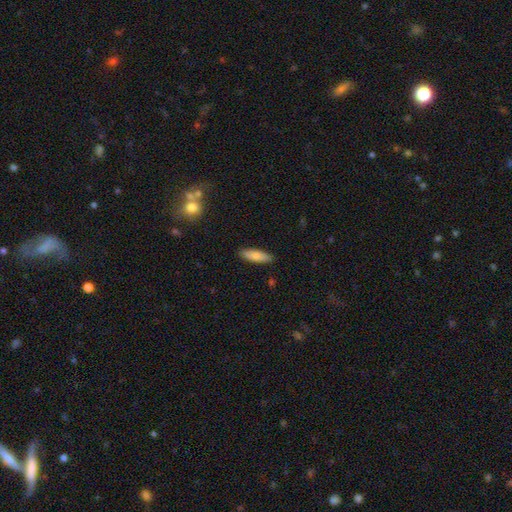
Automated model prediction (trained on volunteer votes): Smooth or featured: smooth — 79% (featured or disk — 15%)
How rounded: cigar-shaped — 51% (in between — 47%)
Merging: none — 88% (minor disturbance — 9%)